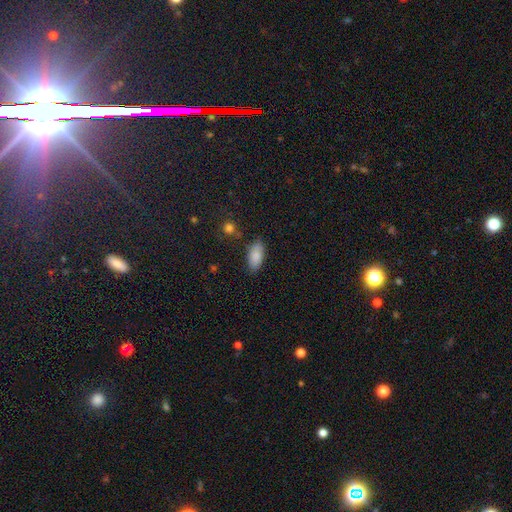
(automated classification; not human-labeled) The model was most divided on "merging": none: 82%, minor disturbance: 12%, major disturbance: 3%, merger: 2%. More confident: how rounded — in between (89%); smooth or featured — smooth (86%).